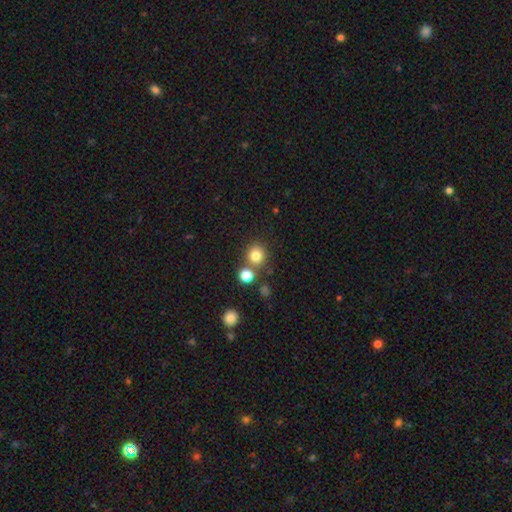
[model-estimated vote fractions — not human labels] This is clearly a smooth galaxy (81%). How rounded: clearly round (89%). Merging: likely none (73%).